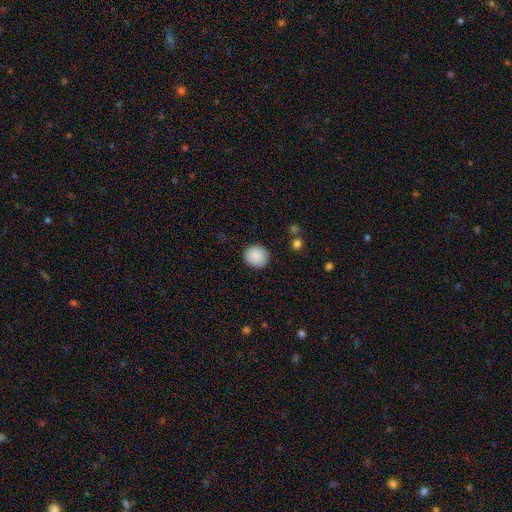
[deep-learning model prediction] This appears to be a smooth galaxy with no disk features (89%) that is round (88%). Merging: none (90%).